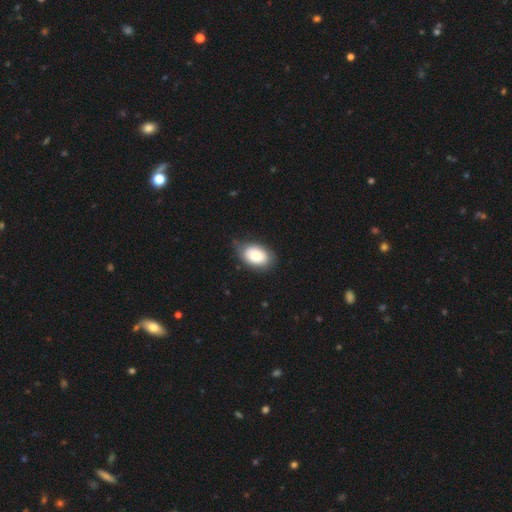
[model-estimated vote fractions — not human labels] Smooth or featured? Predicted: smooth (p=0.82). How rounded? Predicted: in between (p=0.89). Merging? Predicted: none (p=0.69).